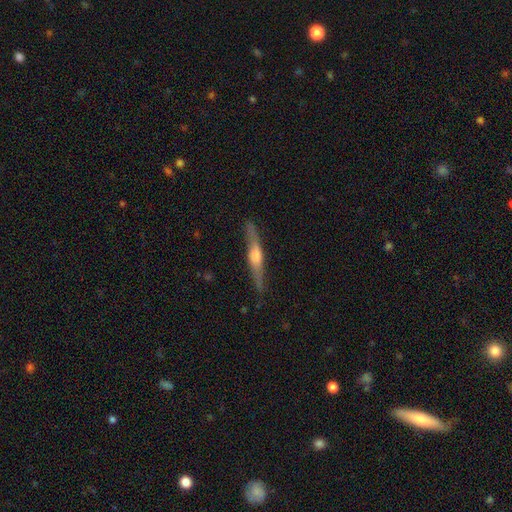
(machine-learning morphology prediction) Smooth or featured?
  - featured or disk: 63% *
  - smooth: 31%
  - star or artifact: 6%
Edge-on disk?
  - yes: 95% *
  - no: 5%
Edge-on bulge?
  - rounded: 68% *
  - boxy: 23%
  - none: 9%
Merging?
  - none: 85% *
  - minor disturbance: 11%
  - major disturbance: 3%
  - merger: 1%